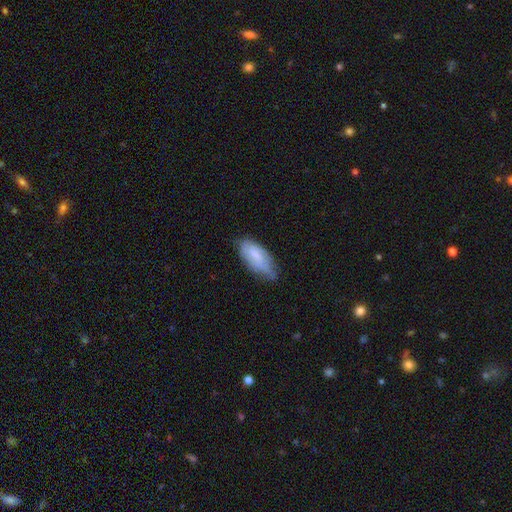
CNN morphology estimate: Smooth or featured: smooth — 63% (featured or disk — 30%)
How rounded: in between — 83% (cigar-shaped — 15%)
Merging: none — 46% (minor disturbance — 42%)